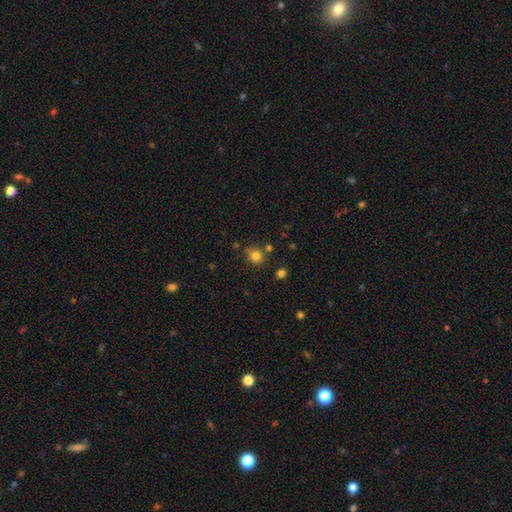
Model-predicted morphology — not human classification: Q: Smooth or featured?
A: smooth (80%); runner-up: star or artifact (14%)
Q: How rounded?
A: round (78%); runner-up: in between (21%)
Q: Merging?
A: none (74%); runner-up: minor disturbance (14%)